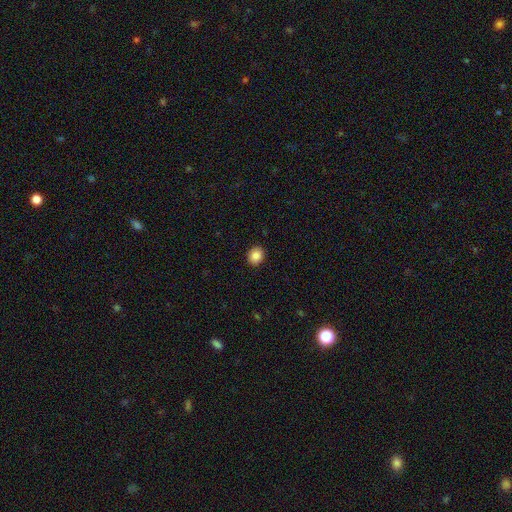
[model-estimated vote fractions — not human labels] Smooth or featured: smooth — 86% (star or artifact — 9%)
How rounded: round — 65% (in between — 35%)
Merging: none — 92% (minor disturbance — 6%)